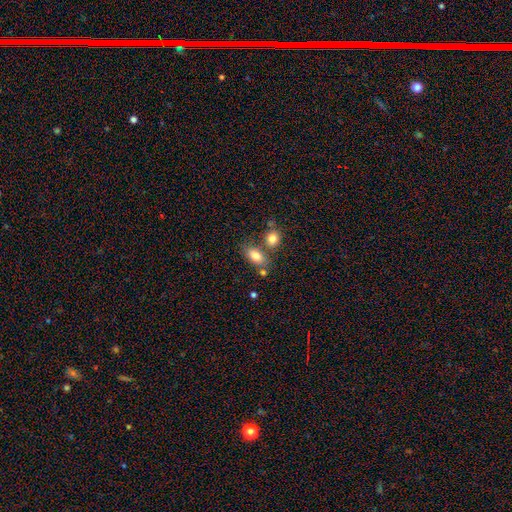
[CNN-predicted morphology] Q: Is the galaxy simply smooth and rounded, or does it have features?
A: smooth — 82%.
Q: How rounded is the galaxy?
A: in between — 86%.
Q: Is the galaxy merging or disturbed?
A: none — 57%.